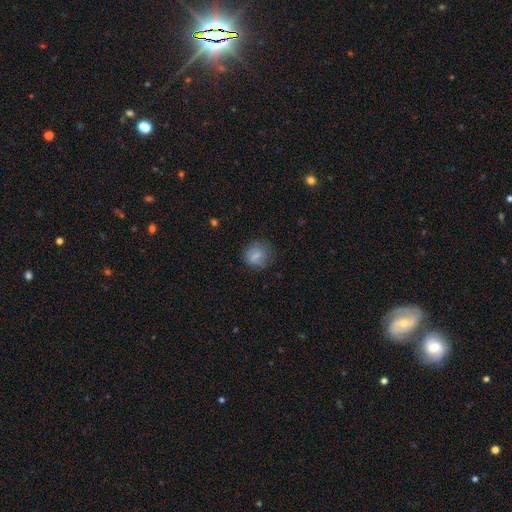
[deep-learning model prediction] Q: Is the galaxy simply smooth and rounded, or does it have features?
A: smooth — 68%.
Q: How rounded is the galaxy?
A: round — 74%.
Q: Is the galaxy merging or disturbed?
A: none — 74%.